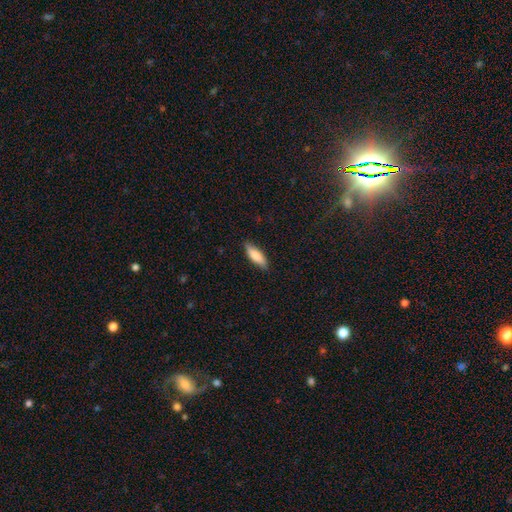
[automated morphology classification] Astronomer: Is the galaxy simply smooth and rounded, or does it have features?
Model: smooth — 83%.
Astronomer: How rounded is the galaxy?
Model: in between — 53% (runner-up: cigar-shaped, 45%).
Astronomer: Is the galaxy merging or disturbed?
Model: none — 86%.